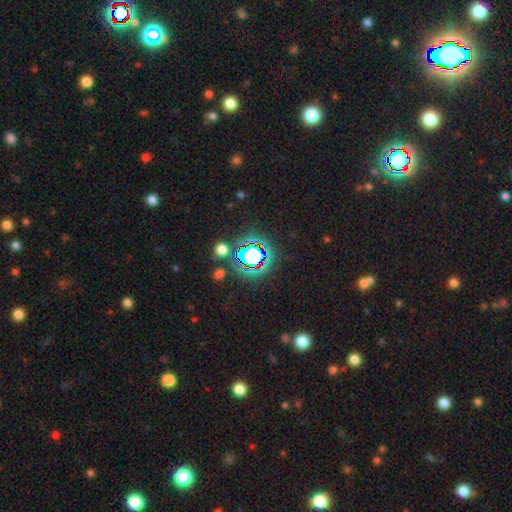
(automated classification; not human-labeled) star or artifact 65%, smooth 23%, featured or disk 12%.